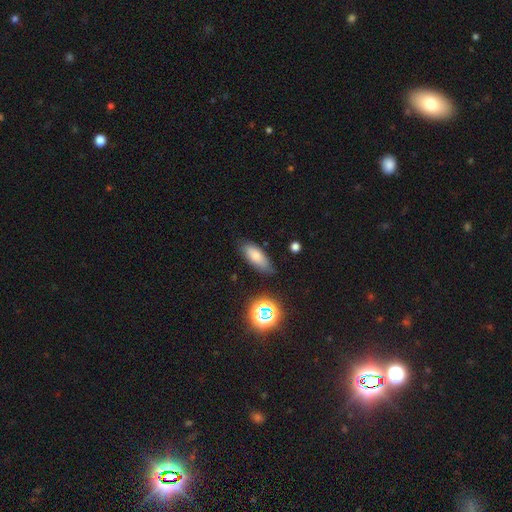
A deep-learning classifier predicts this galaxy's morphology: smooth 73%, featured or disk 15%, star or artifact 12%. Down the decision tree: how rounded — in between (76%); merging — none (74%).